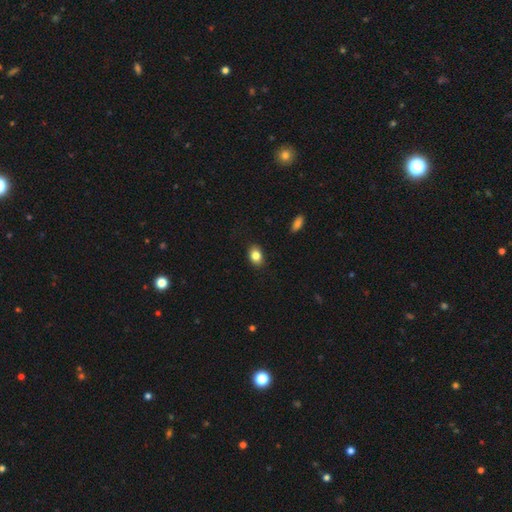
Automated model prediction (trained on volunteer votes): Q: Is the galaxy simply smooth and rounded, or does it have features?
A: smooth — 83%.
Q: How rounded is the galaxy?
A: in between — 75%.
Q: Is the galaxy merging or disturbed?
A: none — 87%.